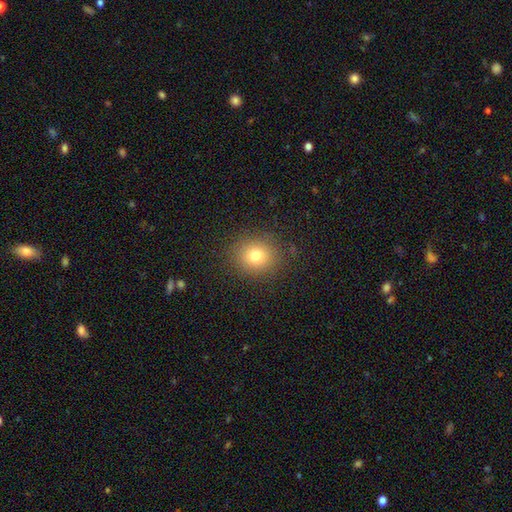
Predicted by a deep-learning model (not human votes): This is likely a smooth galaxy (77%). How rounded: likely round (78%). Merging: clearly none (88%).